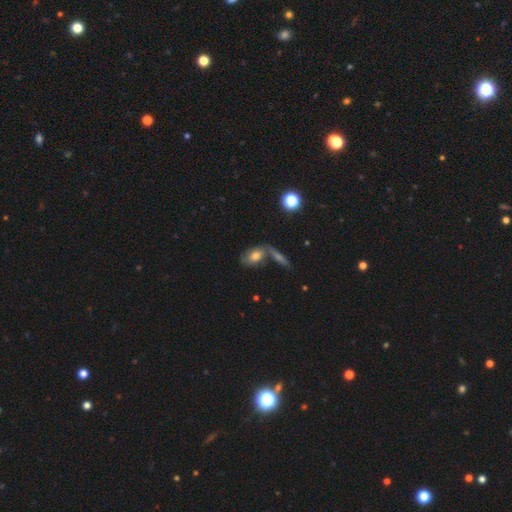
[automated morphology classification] A smooth galaxy with no disk features (60%) that is in between round and cigar-shaped (82%). Merging: none (45%).